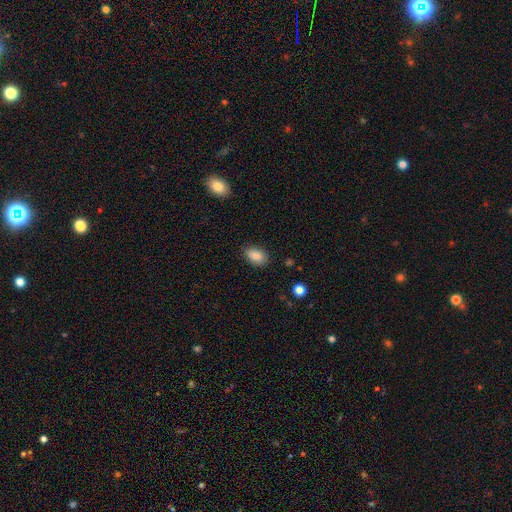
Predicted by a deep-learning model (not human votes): Smooth or featured? Predicted: smooth (p=0.86). How rounded? Predicted: in between (p=0.89). Merging? Predicted: none (p=0.81).